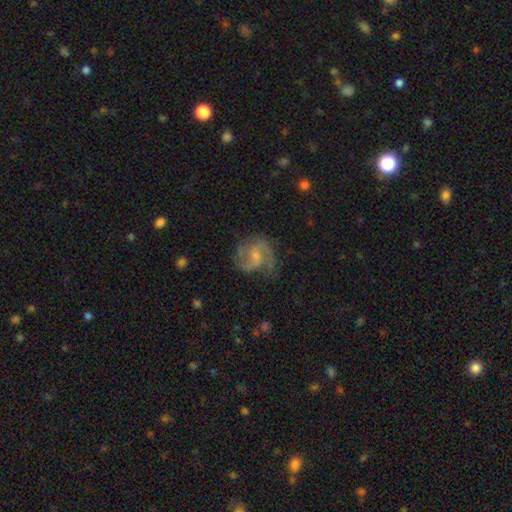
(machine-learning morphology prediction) Smooth or featured: featured or disk — 84% (smooth — 9%)
Edge-on disk: no — 98% (yes — 2%)
Bar: no — 46% (weak — 44%)
Spiral arms: yes — 96% (no — 4%)
Spiral winding: medium — 54% (tight — 25%)
Spiral arm count: 2 — 67% (3 — 16%)
Bulge size: small — 59% (moderate — 33%)
Merging: none — 71% (minor disturbance — 19%)